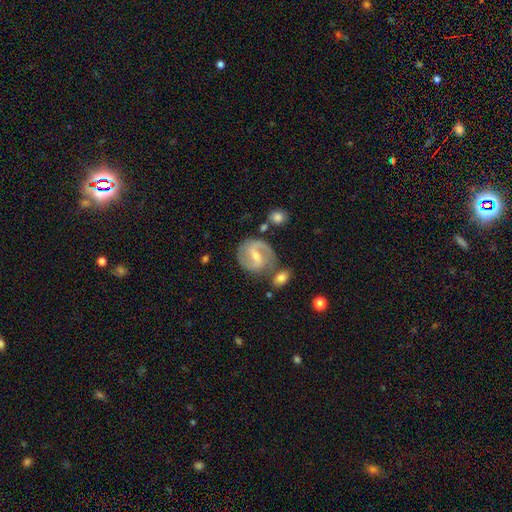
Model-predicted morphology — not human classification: smooth-or-featured: featured or disk: 81% | smooth: 13% | star or artifact: 6%
  disk-edge-on: no: 97% | yes: 3%
    bar: weak: 44% | strong: 42% | no: 14%
    has-spiral-arms: yes: 92% | no: 8%
      spiral-winding: medium: 50% | tight: 33% | loose: 16%
      spiral-arm-count: 2: 88% | can't tell: 6% | 1: 3% | 3: 2% | 4: 1% | more than 4: 1%
    bulge-size: small: 52% | moderate: 42% | none: 3% | large: 2% | dominant: 1%
  merging: none: 71% | minor disturbance: 13% | merger: 11% | major disturbance: 5%